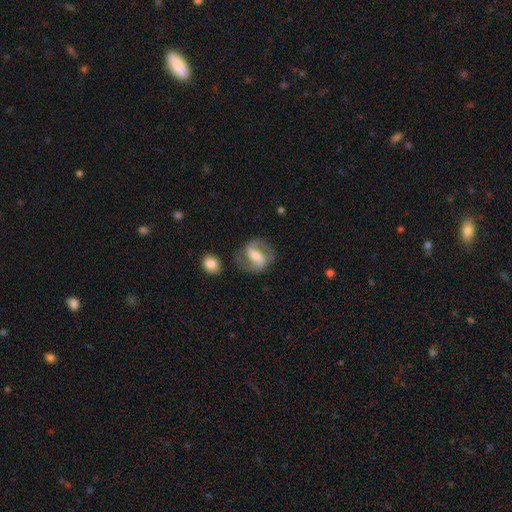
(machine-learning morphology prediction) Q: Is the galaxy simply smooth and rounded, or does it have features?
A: featured or disk — 80%.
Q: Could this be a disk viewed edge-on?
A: no — 97%.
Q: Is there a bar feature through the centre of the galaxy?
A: strong — 54%.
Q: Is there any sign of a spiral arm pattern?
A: yes — 93%.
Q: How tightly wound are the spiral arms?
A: medium — 54%.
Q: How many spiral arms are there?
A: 2 — 91%.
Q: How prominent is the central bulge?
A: moderate — 46%.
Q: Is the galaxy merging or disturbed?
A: none — 77%.